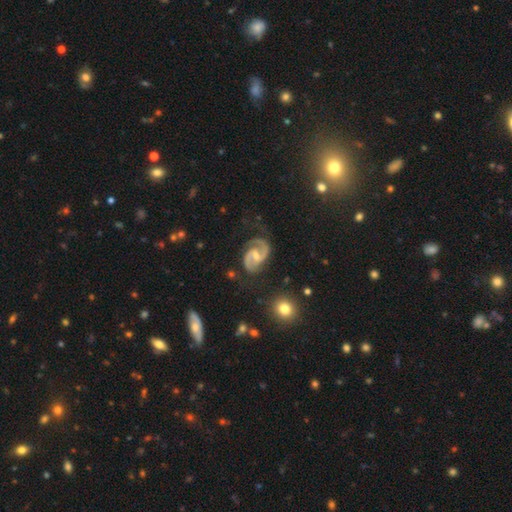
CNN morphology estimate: Smooth or featured? Predicted: featured or disk (p=0.91). Edge-on disk? Predicted: no (p=0.98). Bar? Predicted: weak (p=0.51). Spiral arms? Predicted: yes (p=0.98). Spiral winding? Predicted: medium (p=0.60). Spiral arm count? Predicted: 2 (p=0.93). Bulge size? Predicted: small (p=0.51). Merging? Predicted: none (p=0.70).